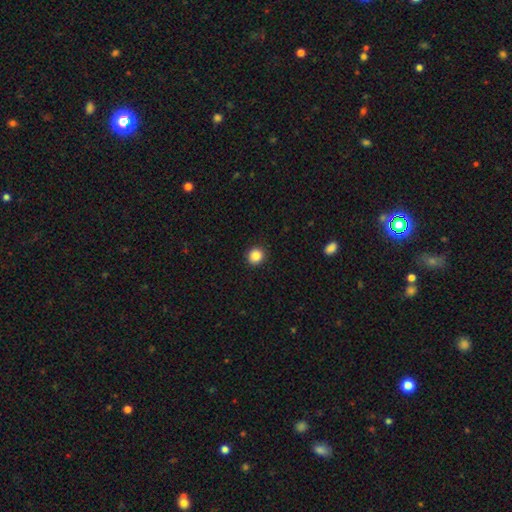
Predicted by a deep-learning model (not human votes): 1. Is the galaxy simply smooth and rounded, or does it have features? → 87% smooth, 10% star or artifact, 3% featured or disk.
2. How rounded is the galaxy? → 92% round, 7% in between, 1% cigar-shaped.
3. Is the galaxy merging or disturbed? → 92% none, 5% minor disturbance, 2% major disturbance, 1% merger.